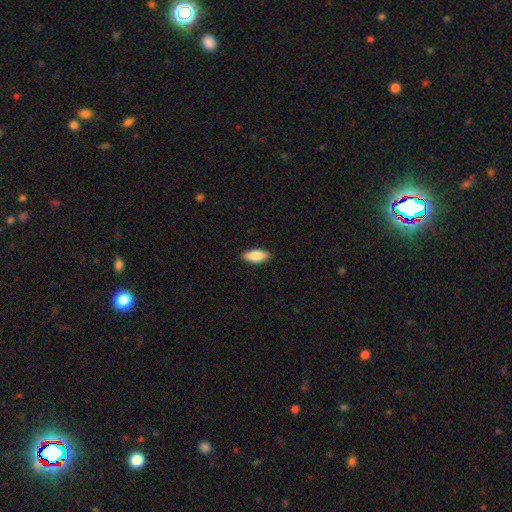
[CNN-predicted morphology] Smooth or featured?
  - smooth: 85% *
  - featured or disk: 9%
  - star or artifact: 6%
How rounded?
  - in between: 84% *
  - cigar-shaped: 14%
  - round: 2%
Merging?
  - none: 89% *
  - minor disturbance: 8%
  - major disturbance: 2%
  - merger: 1%